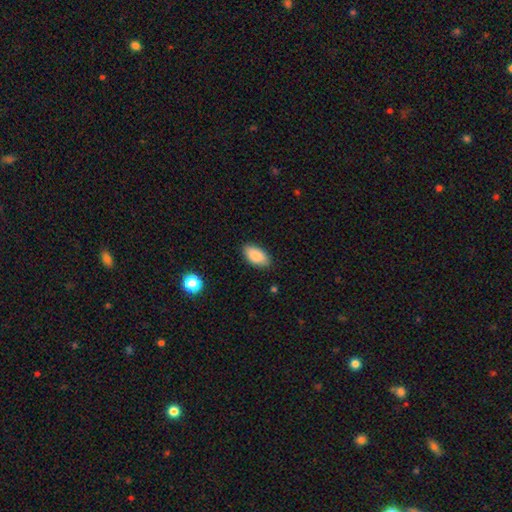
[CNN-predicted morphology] smooth_or_featured: smooth (p=0.86) [alt: featured or disk p=0.07]
how_rounded: in between (p=0.93) [alt: cigar-shaped p=0.05]
merging: none (p=0.87) [alt: minor disturbance p=0.09]